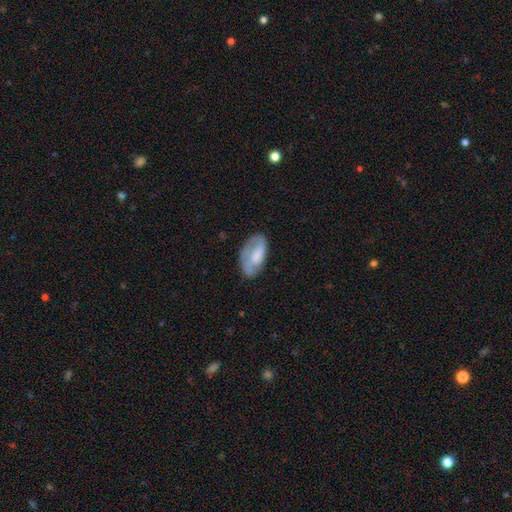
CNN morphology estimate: smooth-or-featured: smooth: 52% | featured or disk: 41% | star or artifact: 7%
  how-rounded: in between: 93% | round: 4% | cigar-shaped: 3%
  merging: none: 53% | minor disturbance: 29% | major disturbance: 16% | merger: 3%